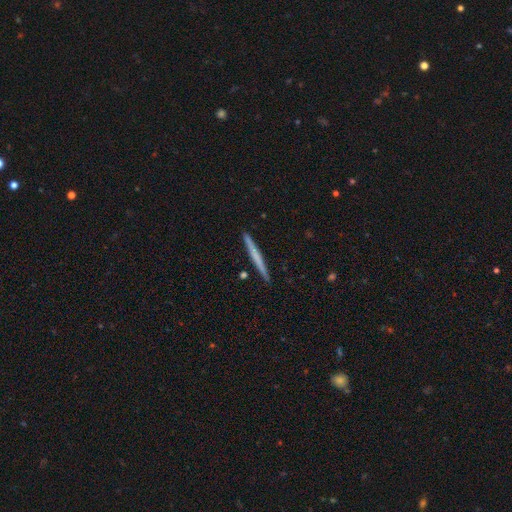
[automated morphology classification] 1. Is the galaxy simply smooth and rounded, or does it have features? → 53% smooth, 42% featured or disk, 5% star or artifact.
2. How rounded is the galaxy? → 97% cigar-shaped, 2% in between, 1% round.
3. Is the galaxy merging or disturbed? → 92% none, 5% minor disturbance, 1% merger, 1% major disturbance.